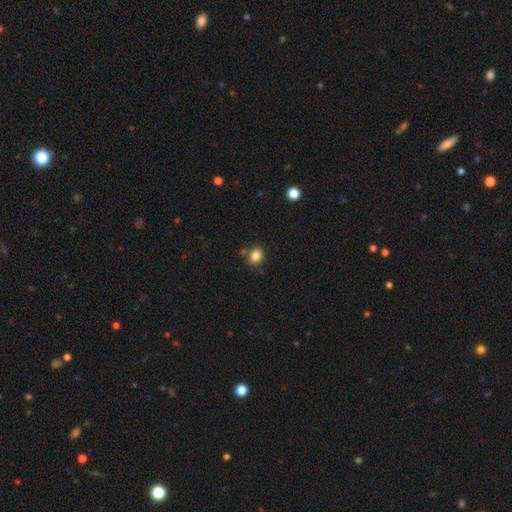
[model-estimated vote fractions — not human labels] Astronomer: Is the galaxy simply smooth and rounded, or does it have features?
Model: smooth — 84%.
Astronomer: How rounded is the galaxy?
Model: round — 78%.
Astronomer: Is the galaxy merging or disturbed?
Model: none — 81%.